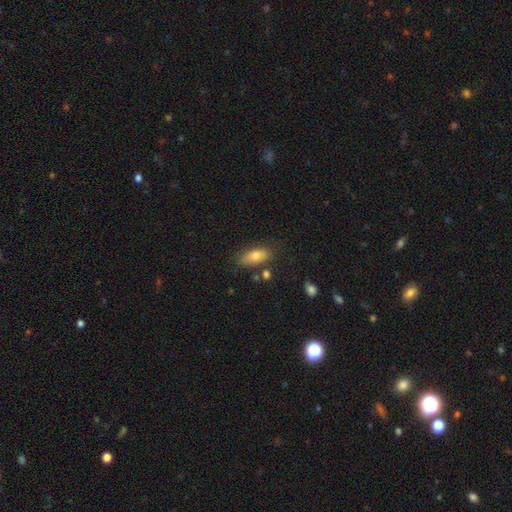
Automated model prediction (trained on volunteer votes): Overall: smooth (78%). How rounded: in between (82%). Merging: none (74%).